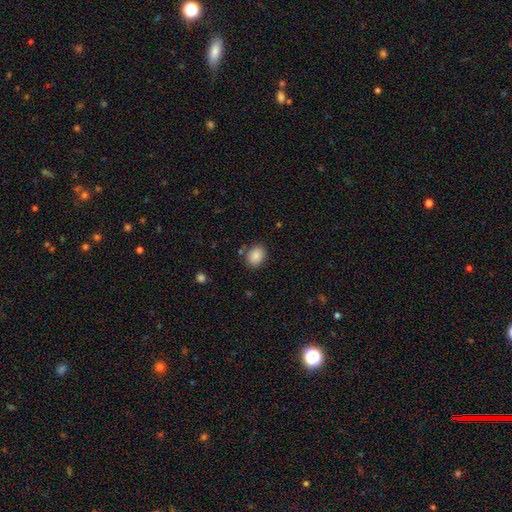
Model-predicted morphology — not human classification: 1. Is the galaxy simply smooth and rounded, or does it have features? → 87% smooth, 8% star or artifact, 5% featured or disk.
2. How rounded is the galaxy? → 61% in between, 38% round, 1% cigar-shaped.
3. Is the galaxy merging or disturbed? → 82% none, 11% minor disturbance, 4% merger, 3% major disturbance.